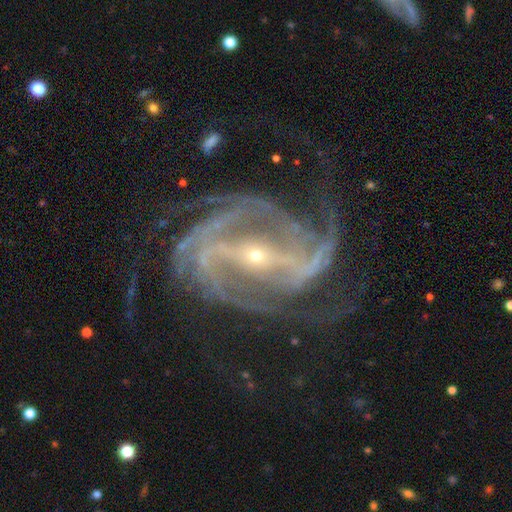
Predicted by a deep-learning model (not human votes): Overall: featured or disk (93%). Edge-on disk: no (97%). Bar: strong (74%). Spiral arms: yes (98%). Spiral arm count: 2 (27%; 3 22%). Spiral winding: medium (45%; tight 41%). Bulge size: small (79%). Merging: none (62%).